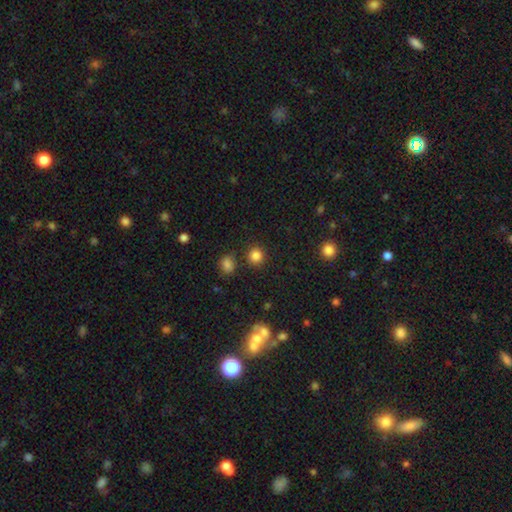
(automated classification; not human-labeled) Smooth or featured? smooth (82%)
How rounded? round (91%)
Merging? none (86%)